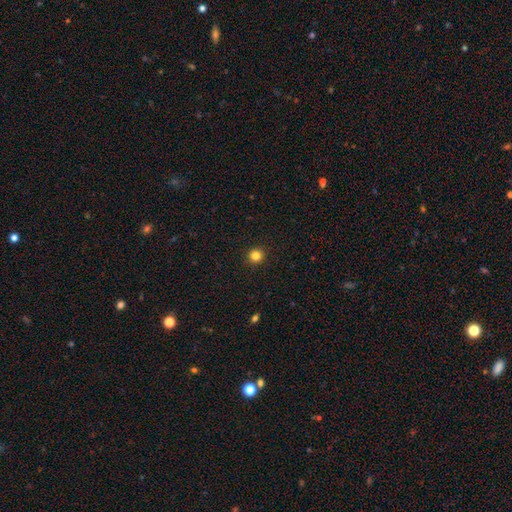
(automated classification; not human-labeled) The model was most divided on "smooth or featured": smooth: 84%, star or artifact: 12%, featured or disk: 4%. More confident: how rounded — round (95%); merging — none (93%).